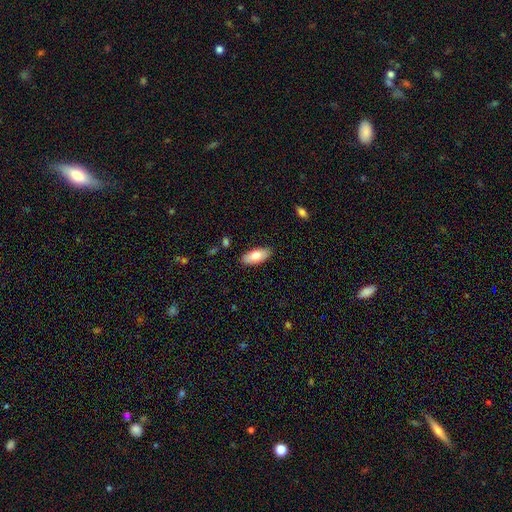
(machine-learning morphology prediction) The model was most divided on "smooth or featured": smooth: 75%, featured or disk: 19%, star or artifact: 6%. More confident: merging — none (88%); how rounded — in between (86%).